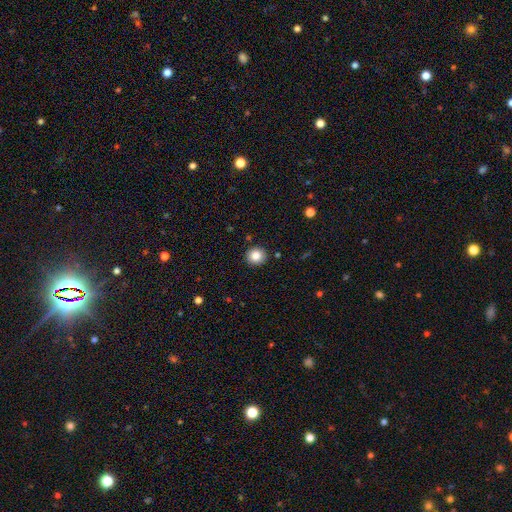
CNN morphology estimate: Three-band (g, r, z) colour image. It shows a smooth galaxy with no disk features (85%) that is round (92%). Merging: none (91%).